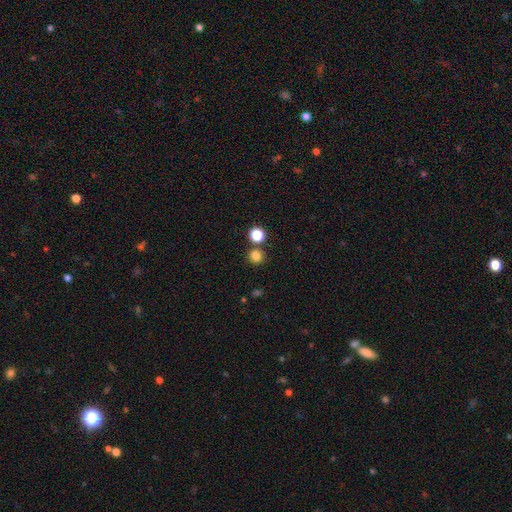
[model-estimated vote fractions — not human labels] A smooth galaxy with no disk features (80%) that is round (87%). Merging: none (79%).